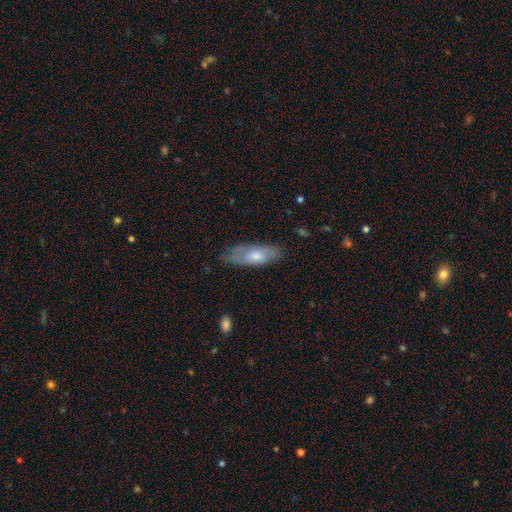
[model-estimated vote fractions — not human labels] Overall: smooth (61%; featured or disk 33%). How rounded: in between (68%; cigar-shaped 30%). Merging: none (69%).